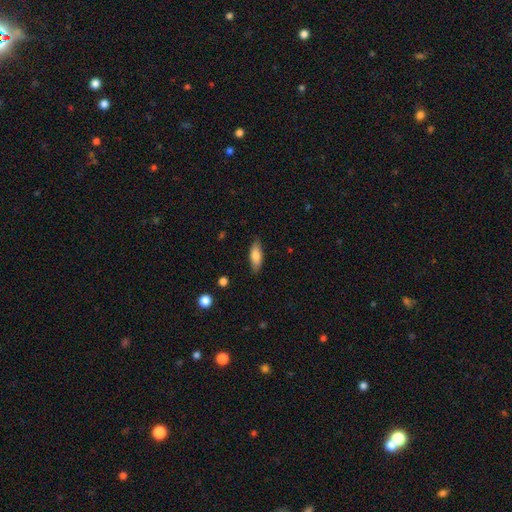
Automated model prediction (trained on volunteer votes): smooth 78%, featured or disk 15%, star or artifact 7%. Down the decision tree: how rounded — in between (73%); merging — none (84%).